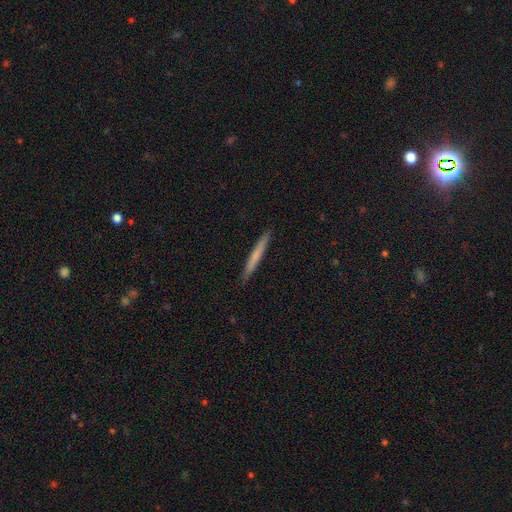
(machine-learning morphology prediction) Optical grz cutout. It shows a smooth galaxy with no disk features (62%) that is cigar-shaped (97%). Merging: none (91%).